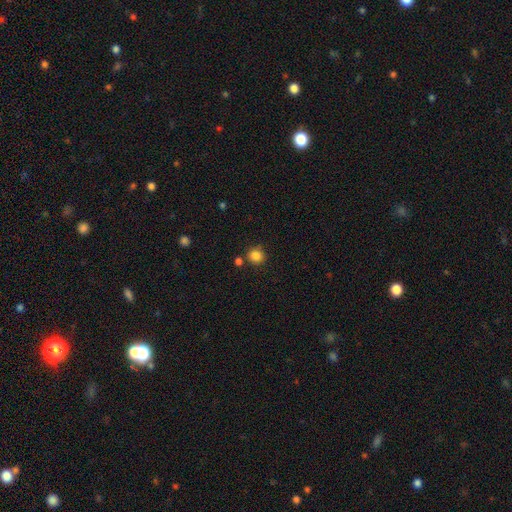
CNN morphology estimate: smooth 85%, star or artifact 11%, featured or disk 4%. Down the decision tree: how rounded — round (91%); merging — none (80%).